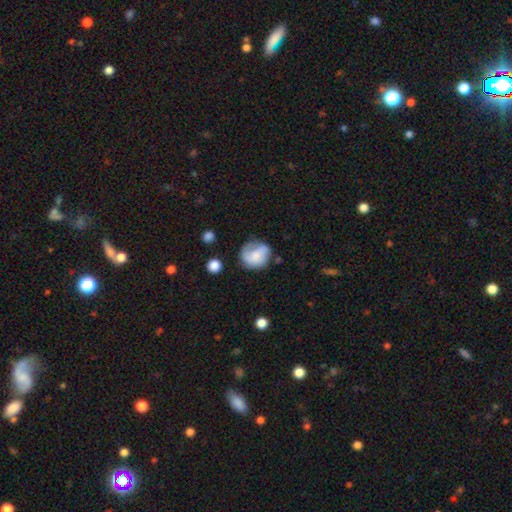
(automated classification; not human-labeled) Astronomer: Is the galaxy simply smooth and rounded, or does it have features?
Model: smooth — 60%.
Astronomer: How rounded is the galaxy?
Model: round — 76%.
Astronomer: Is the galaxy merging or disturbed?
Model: none — 52% (runner-up: minor disturbance, 28%).